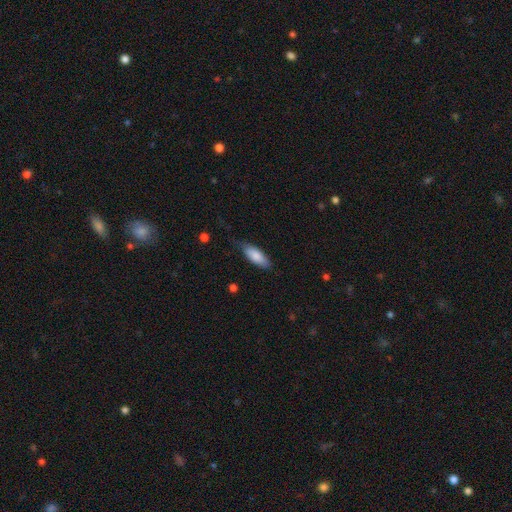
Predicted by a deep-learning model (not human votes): Smooth or featured? Predicted: smooth (p=0.83). How rounded? Predicted: in between (p=0.72). Merging? Predicted: none (p=0.68).